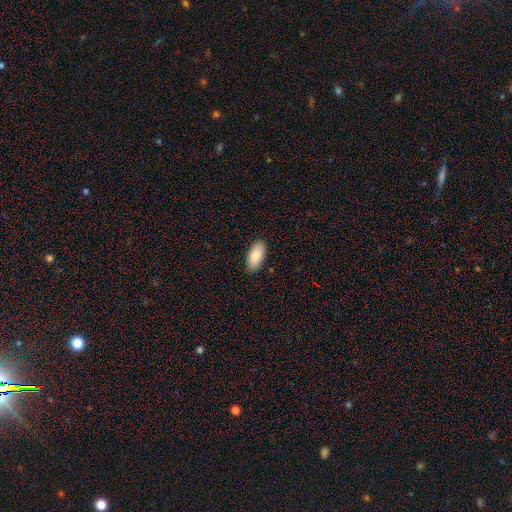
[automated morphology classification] Q: Smooth or featured?
A: smooth (85%); runner-up: featured or disk (9%)
Q: How rounded?
A: in between (91%); runner-up: cigar-shaped (7%)
Q: Merging?
A: none (87%); runner-up: minor disturbance (10%)